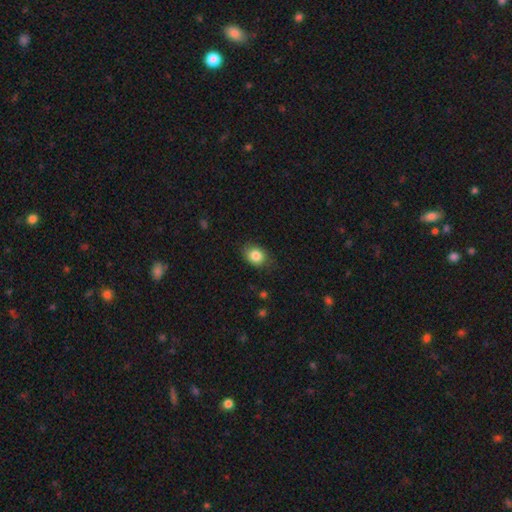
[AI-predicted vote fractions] smooth-or-featured: smooth: 84% | star or artifact: 9% | featured or disk: 7%
  how-rounded: in between: 58% | round: 41% | cigar-shaped: 1%
  merging: none: 78% | minor disturbance: 17% | major disturbance: 4% | merger: 1%